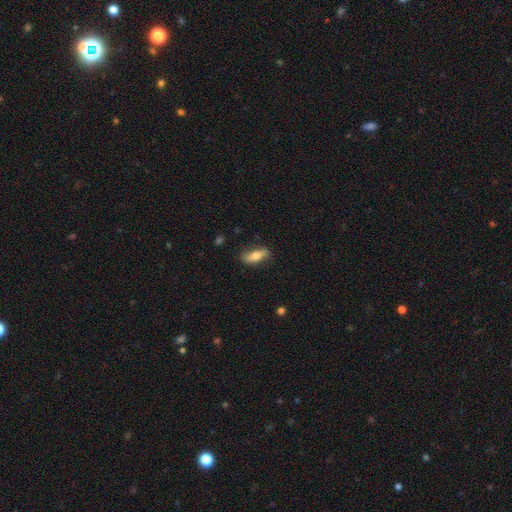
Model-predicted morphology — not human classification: This is likely a smooth galaxy (60%). How rounded: likely in between (63%). Merging: likely none (79%).